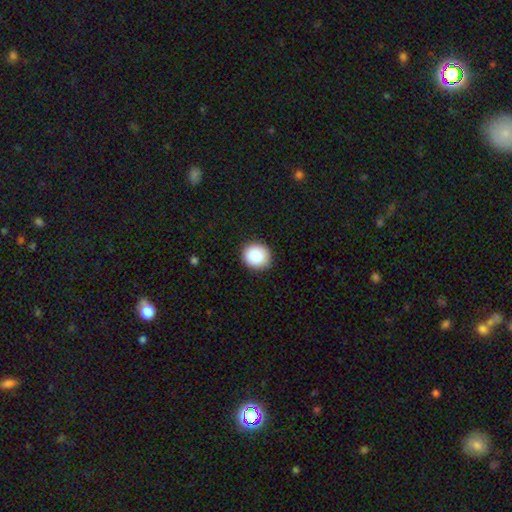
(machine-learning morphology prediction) A smooth galaxy with no disk features (89%) that is round (88%).

Vote fractions:
- Smooth or featured? smooth: 89% / star or artifact: 8% / featured or disk: 3%
- How rounded? round: 88% / in between: 11% / cigar-shaped: 1%
- Merging? none: 88% / minor disturbance: 9% / major disturbance: 2% / merger: 1%